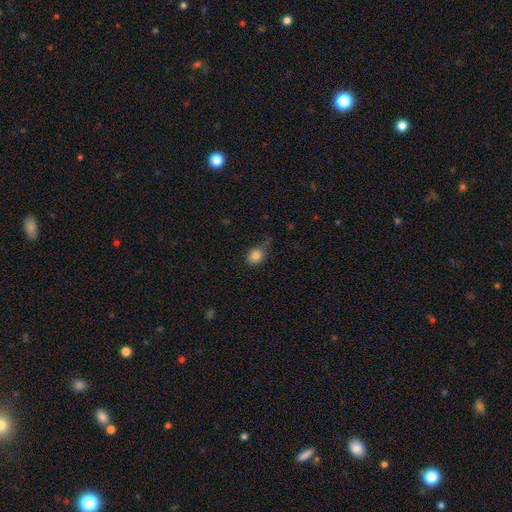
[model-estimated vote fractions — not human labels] Morphology: type=smooth (83%); roundness=round (52%); merging=none (52%).